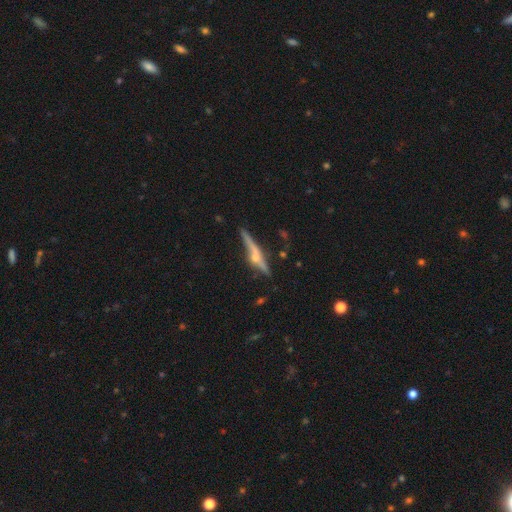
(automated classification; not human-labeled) Q: Smooth or featured?
A: featured or disk (72%); runner-up: smooth (20%)
Q: Edge-on disk?
A: yes (95%); runner-up: no (5%)
Q: Edge-on bulge?
A: rounded (87%); runner-up: none (8%)
Q: Merging?
A: none (73%); runner-up: minor disturbance (17%)